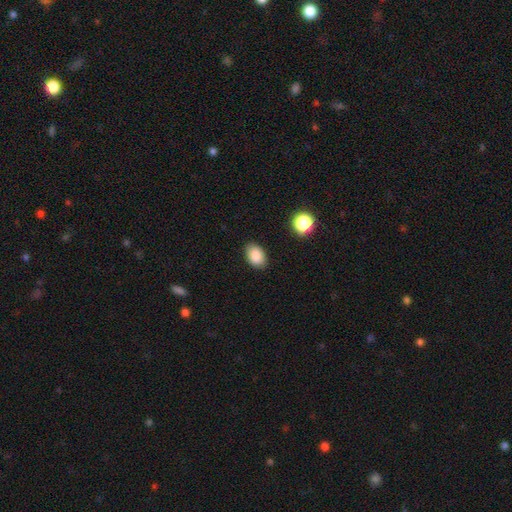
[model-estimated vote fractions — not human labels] This appears to be a smooth galaxy with no disk features (87%) that is in between round and cigar-shaped (87%). Merging: none (86%).